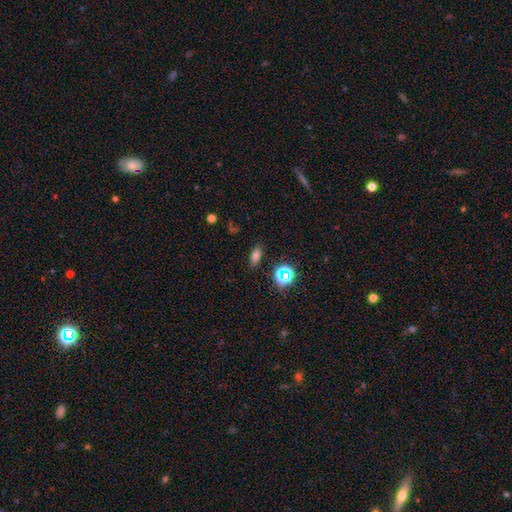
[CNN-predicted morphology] Smooth or featured? Predicted: smooth (p=0.73). How rounded? Predicted: in between (p=0.78). Merging? Predicted: none (p=0.86).